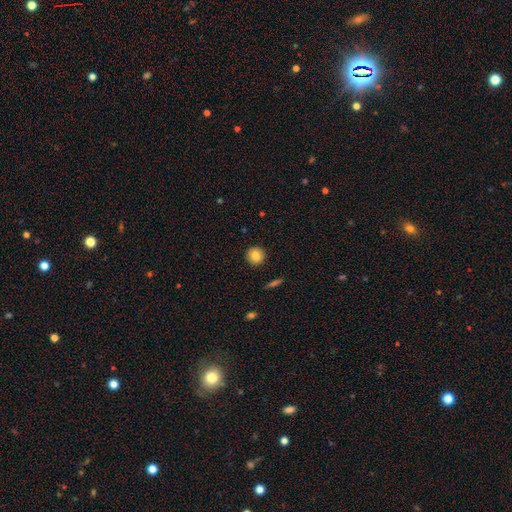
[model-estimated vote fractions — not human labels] smooth_or_featured: smooth (p=0.83) [alt: featured or disk p=0.09]
how_rounded: round (p=0.94) [alt: in between p=0.05]
merging: none (p=0.92) [alt: minor disturbance p=0.05]